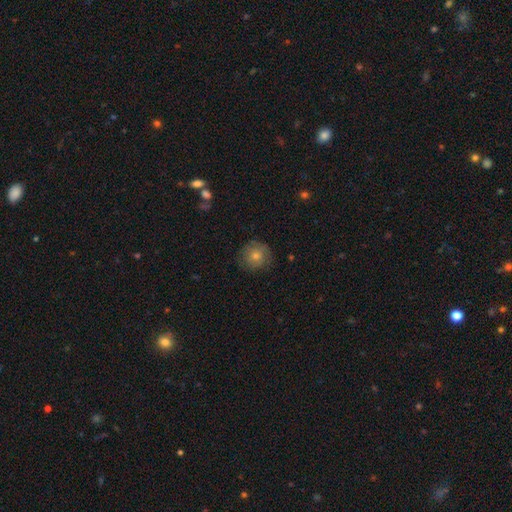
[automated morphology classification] Smooth or featured?
  - smooth: 55% *
  - featured or disk: 31%
  - star or artifact: 14%
How rounded?
  - round: 92% *
  - in between: 7%
  - cigar-shaped: 1%
Merging?
  - none: 83% *
  - minor disturbance: 12%
  - major disturbance: 4%
  - merger: 1%